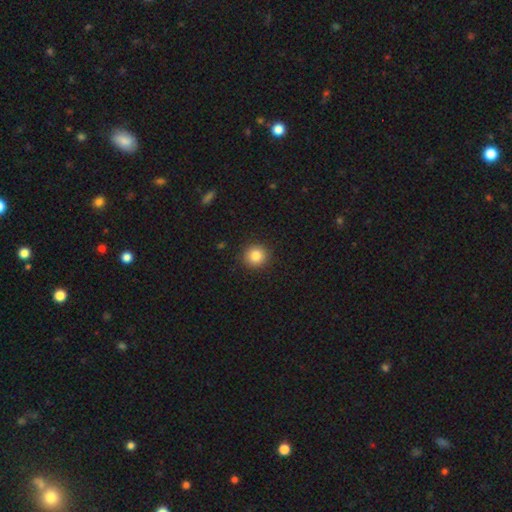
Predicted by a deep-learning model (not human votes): Smooth or featured? smooth (84%)
How rounded? round (93%)
Merging? none (91%)